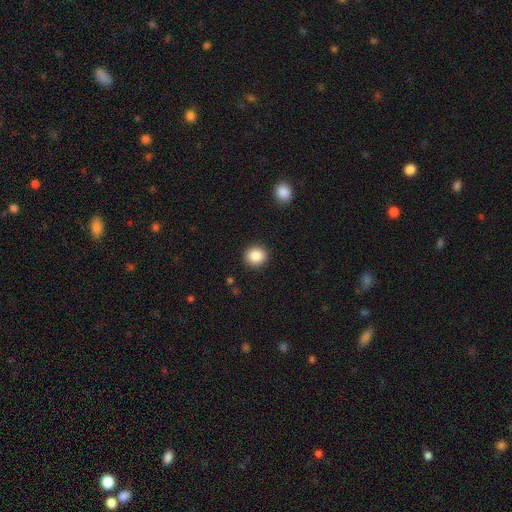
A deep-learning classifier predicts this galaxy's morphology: A smooth galaxy with no disk features (87%) that is round (90%).

Vote fractions:
- Smooth or featured? smooth: 87% / star or artifact: 9% / featured or disk: 4%
- How rounded? round: 90% / in between: 9% / cigar-shaped: 1%
- Merging? none: 91% / minor disturbance: 6% / major disturbance: 2% / merger: 1%